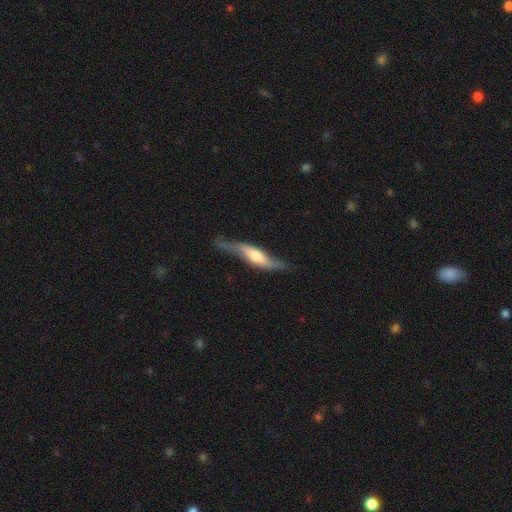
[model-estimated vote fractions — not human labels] smooth-or-featured: featured or disk: 61% | smooth: 33% | star or artifact: 5%
  disk-edge-on: yes: 58% | no: 42%
  merging: none: 54% | minor disturbance: 30% | major disturbance: 13% | merger: 3%